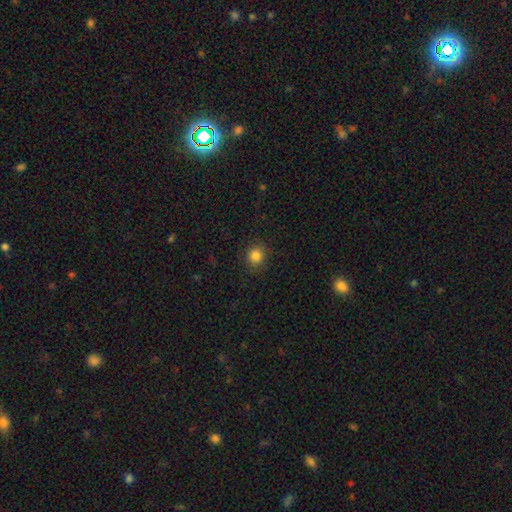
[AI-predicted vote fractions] Smooth or featured? Predicted: smooth (p=0.84). How rounded? Predicted: round (p=0.88). Merging? Predicted: none (p=0.89).